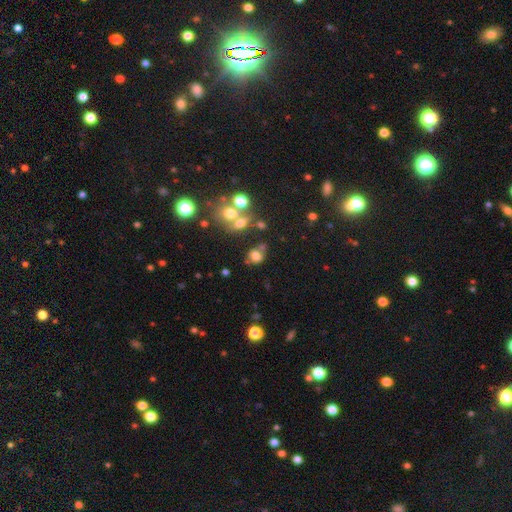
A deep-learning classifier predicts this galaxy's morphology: This is likely a smooth galaxy (68%). How rounded: possibly round (56%). Merging: possibly none (49%).